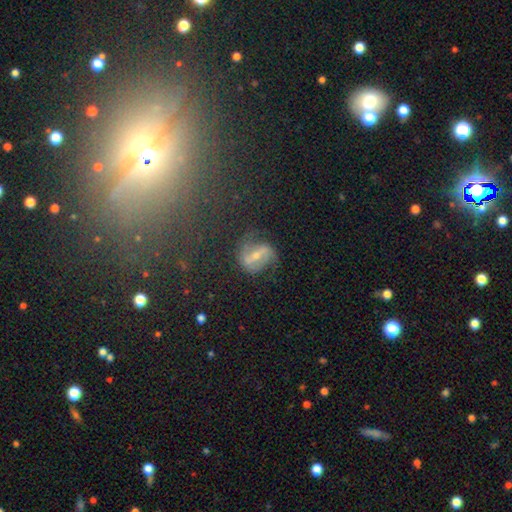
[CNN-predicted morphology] A featured or disk galaxy (74%) with a strong bar (56%), 2 (86%) medium (43%) spiral arms (87%) and a small central bulge (57%). Merging: none (65%).